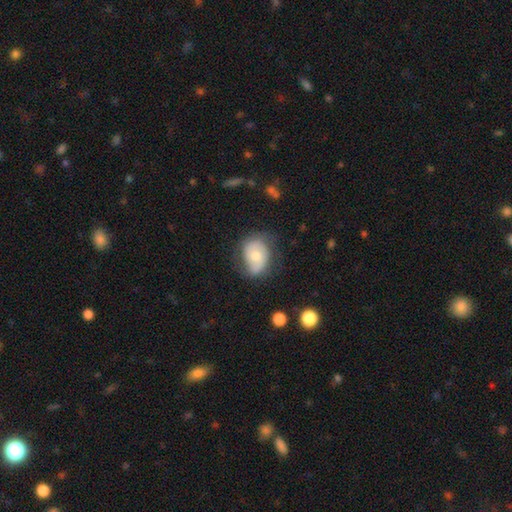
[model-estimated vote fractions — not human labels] The model was most divided on "smooth or featured": featured or disk: 47%, smooth: 46%, star or artifact: 7%. More confident: merging — none (59%).